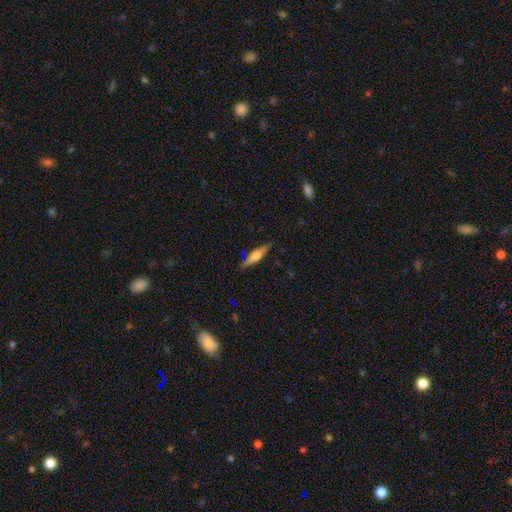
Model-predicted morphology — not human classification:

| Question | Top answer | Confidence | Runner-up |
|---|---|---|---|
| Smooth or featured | smooth | 47% | featured or disk (45%) |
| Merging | none | 83% | minor disturbance (13%) |